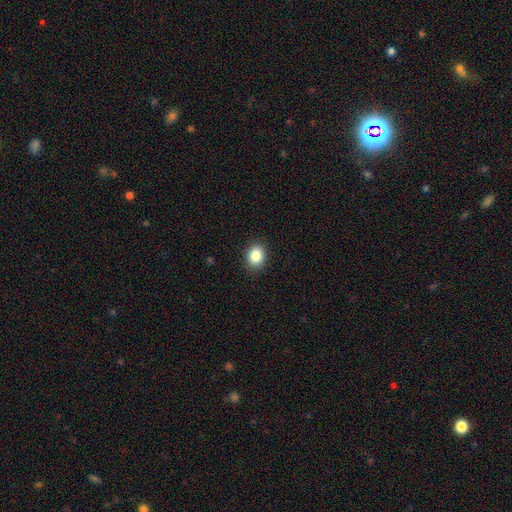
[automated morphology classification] Q: Smooth or featured?
A: smooth (85%); runner-up: star or artifact (9%)
Q: How rounded?
A: round (53%); runner-up: in between (47%)
Q: Merging?
A: none (90%); runner-up: minor disturbance (7%)